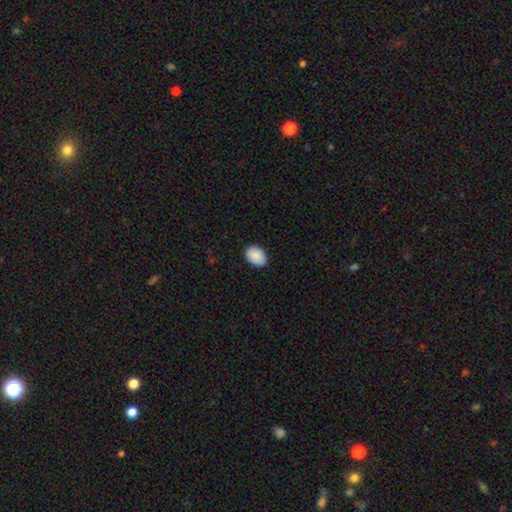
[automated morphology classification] Smooth or featured? smooth (90%)
How rounded? in between (79%)
Merging? none (89%)